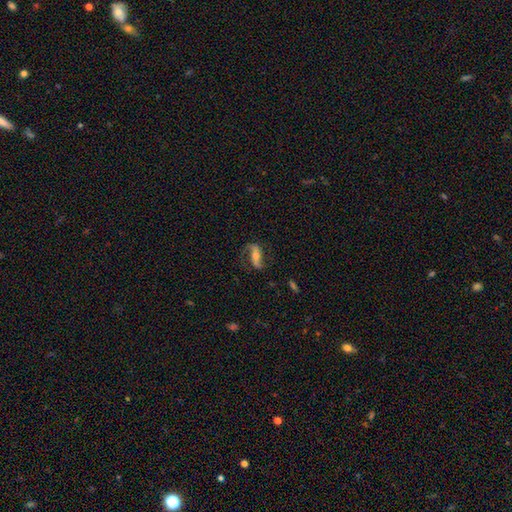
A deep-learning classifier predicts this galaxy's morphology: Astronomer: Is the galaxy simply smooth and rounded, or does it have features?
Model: featured or disk — 78%.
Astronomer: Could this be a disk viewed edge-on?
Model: no — 91%.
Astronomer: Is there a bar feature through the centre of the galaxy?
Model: strong — 47% (runner-up: weak, 26%).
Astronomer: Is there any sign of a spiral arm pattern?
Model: yes — 92%.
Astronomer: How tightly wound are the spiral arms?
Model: loose — 55% (runner-up: medium, 33%).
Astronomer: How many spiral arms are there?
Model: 2 — 85%.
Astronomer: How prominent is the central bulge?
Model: moderate — 55% (runner-up: small, 36%).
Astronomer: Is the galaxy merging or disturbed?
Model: none — 70%.